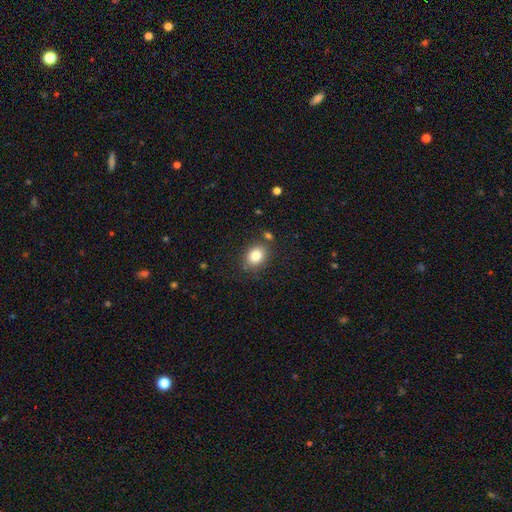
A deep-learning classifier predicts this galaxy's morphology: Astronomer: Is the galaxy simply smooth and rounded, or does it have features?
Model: smooth — 84%.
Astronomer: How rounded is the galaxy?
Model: in between — 63%.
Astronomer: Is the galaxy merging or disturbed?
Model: none — 79%.